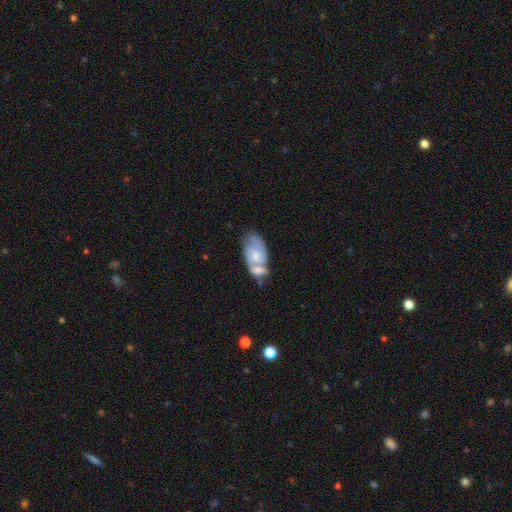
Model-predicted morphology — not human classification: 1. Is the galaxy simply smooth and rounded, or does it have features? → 49% featured or disk, 45% smooth, 6% star or artifact.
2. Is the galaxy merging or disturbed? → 60% merger, 19% none, 13% minor disturbance, 9% major disturbance.